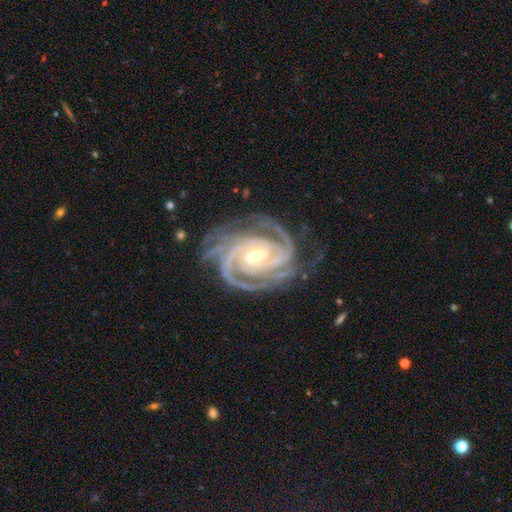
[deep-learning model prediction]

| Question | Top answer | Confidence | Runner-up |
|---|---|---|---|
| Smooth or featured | featured or disk | 94% | star or artifact (4%) |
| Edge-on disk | no | 98% | yes (2%) |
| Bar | weak | 44% | strong (34%) |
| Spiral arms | yes | 99% | no (1%) |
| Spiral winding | tight | 72% | medium (25%) |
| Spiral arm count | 3 | 33% | 4 (28%) |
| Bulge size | moderate | 49% | small (48%) |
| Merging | none | 72% | minor disturbance (18%) |